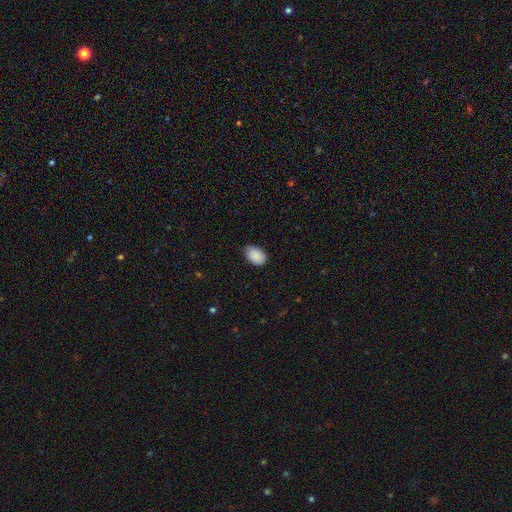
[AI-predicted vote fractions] The model was most divided on "merging": none: 74%, minor disturbance: 22%, major disturbance: 3%, merger: 1%. More confident: smooth or featured — smooth (89%); how rounded — in between (87%).